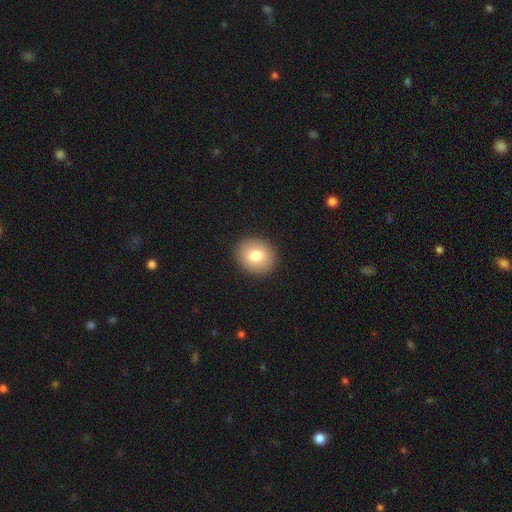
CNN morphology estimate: This is likely a smooth galaxy (78%). How rounded: likely round (72%). Merging: clearly none (91%).